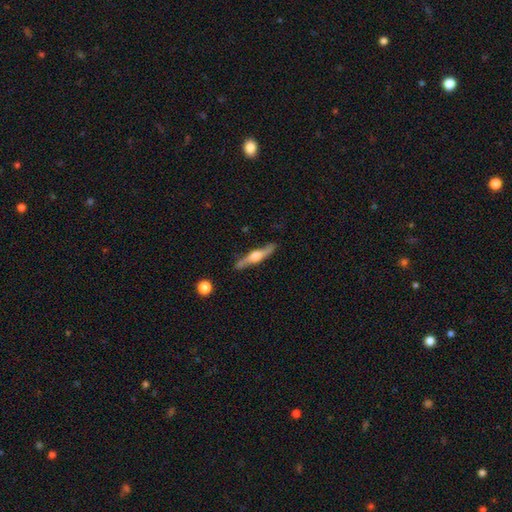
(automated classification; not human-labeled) Smooth or featured?
  - featured or disk: 69% *
  - smooth: 26%
  - star or artifact: 5%
Edge-on disk?
  - yes: 92% *
  - no: 8%
Edge-on bulge?
  - rounded: 86% *
  - boxy: 9%
  - none: 4%
Merging?
  - none: 82% *
  - minor disturbance: 13%
  - major disturbance: 3%
  - merger: 2%